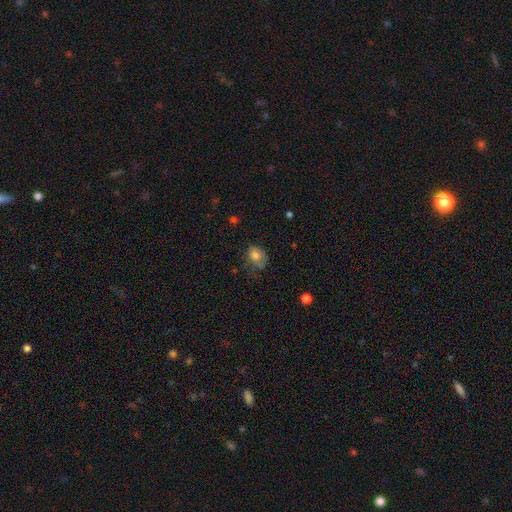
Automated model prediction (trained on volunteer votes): Morphology: type=smooth (78%); roundness=in between (66%); merging=none (46%).